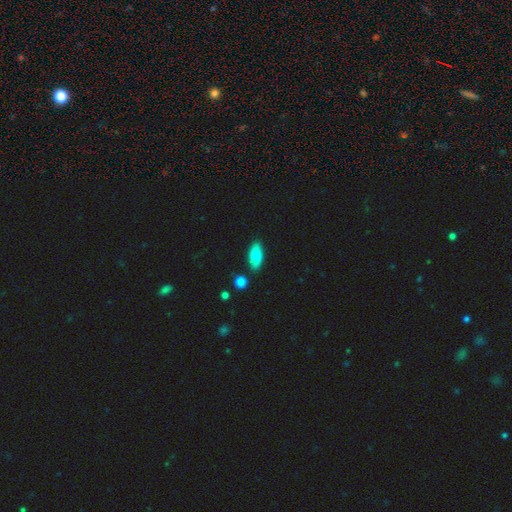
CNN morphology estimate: Smooth or featured: smooth — 81% (featured or disk — 12%)
How rounded: in between — 83% (cigar-shaped — 14%)
Merging: none — 85% (minor disturbance — 10%)